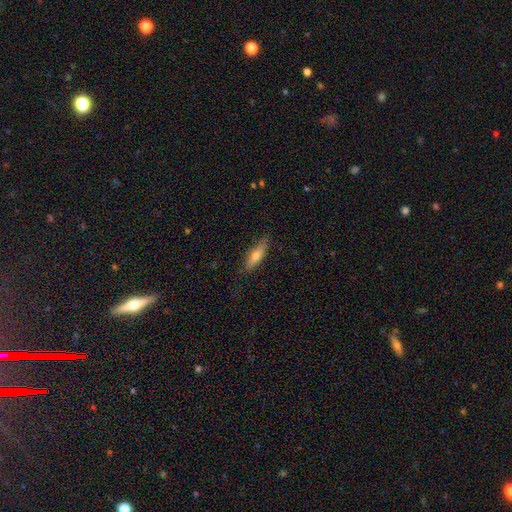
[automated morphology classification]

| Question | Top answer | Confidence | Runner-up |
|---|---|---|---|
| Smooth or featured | smooth | 61% | featured or disk (32%) |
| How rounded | cigar-shaped | 63% | in between (35%) |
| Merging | none | 80% | minor disturbance (16%) |